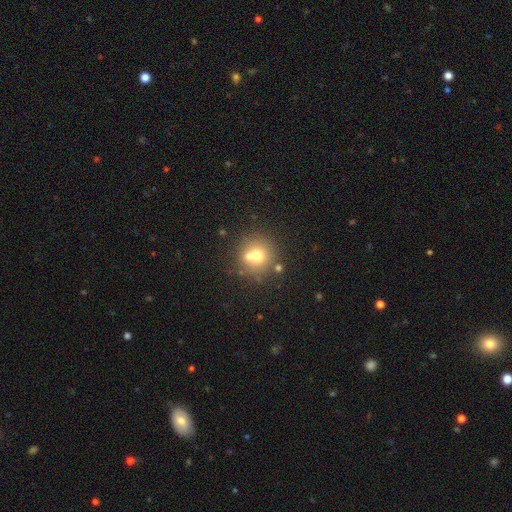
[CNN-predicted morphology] The model was most divided on "merging": none: 57%, merger: 29%, minor disturbance: 10%, major disturbance: 4%. More confident: how rounded — round (90%); smooth or featured — smooth (66%).